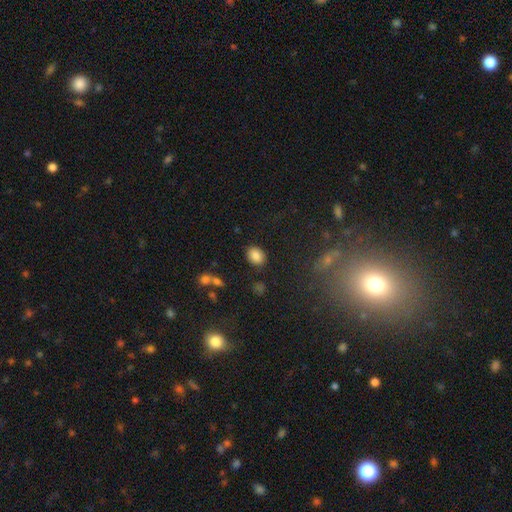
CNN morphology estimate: A smooth galaxy with no disk features (85%) that is in between round and cigar-shaped (58%).

Vote fractions:
- Smooth or featured? smooth: 85% / star or artifact: 9% / featured or disk: 6%
- How rounded? in between: 58% / round: 41% / cigar-shaped: 1%
- Merging? none: 85% / minor disturbance: 10% / major disturbance: 3% / merger: 2%